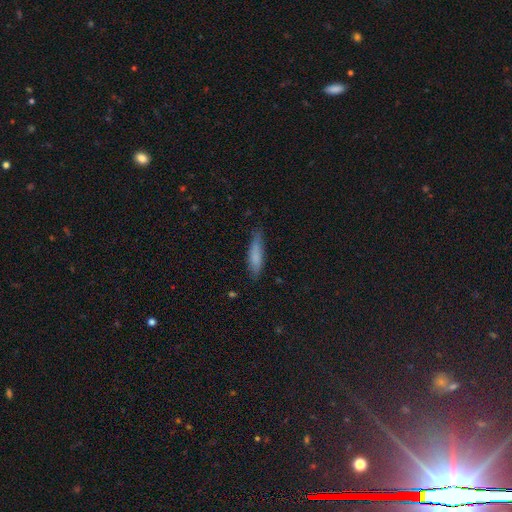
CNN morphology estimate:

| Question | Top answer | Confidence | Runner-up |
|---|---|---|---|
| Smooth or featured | smooth | 76% | featured or disk (18%) |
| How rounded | cigar-shaped | 77% | in between (21%) |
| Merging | none | 77% | minor disturbance (18%) |